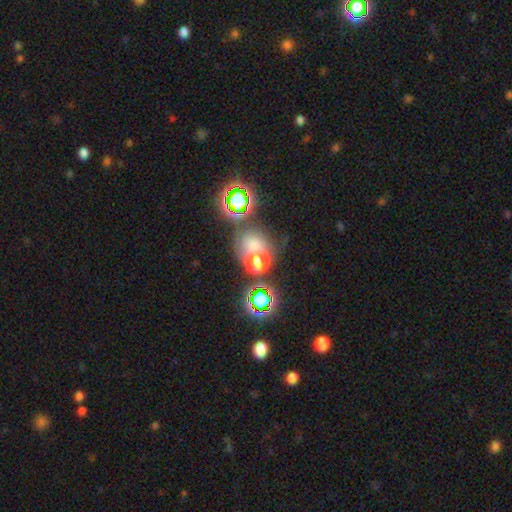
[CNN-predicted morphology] smooth-or-featured: smooth: 48% | star or artifact: 40% | featured or disk: 12%
  merging: none: 49% | merger: 34% | minor disturbance: 10% | major disturbance: 7%